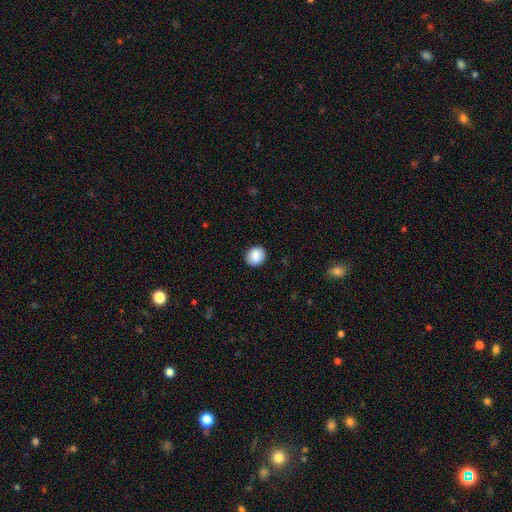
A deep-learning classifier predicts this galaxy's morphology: A smooth galaxy with no disk features (87%) that is round (75%).

Vote fractions:
- Smooth or featured? smooth: 87% / star or artifact: 8% / featured or disk: 5%
- How rounded? round: 75% / in between: 24% / cigar-shaped: 1%
- Merging? none: 87% / minor disturbance: 9% / major disturbance: 2% / merger: 1%